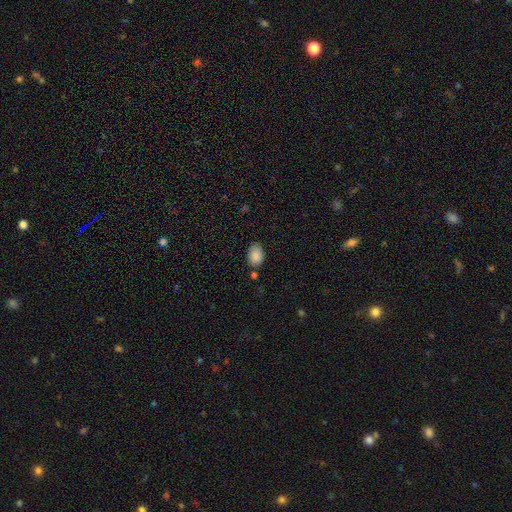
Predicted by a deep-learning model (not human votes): smooth_or_featured: smooth (p=0.87) [alt: star or artifact p=0.08]
how_rounded: in between (p=0.82) [alt: round p=0.17]
merging: none (p=0.74) [alt: minor disturbance p=0.17]